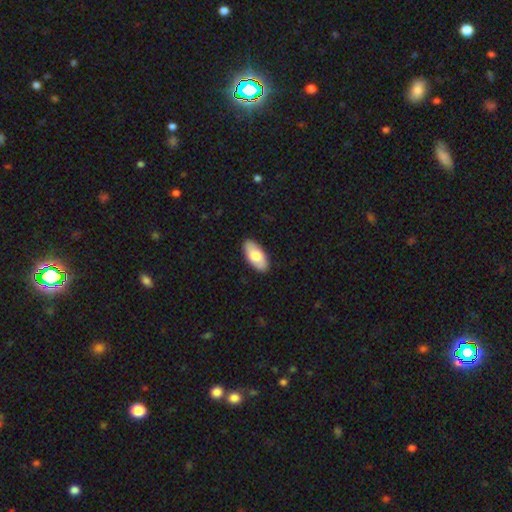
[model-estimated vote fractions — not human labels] Smooth or featured? smooth (75%)
How rounded? in between (93%)
Merging? none (88%)